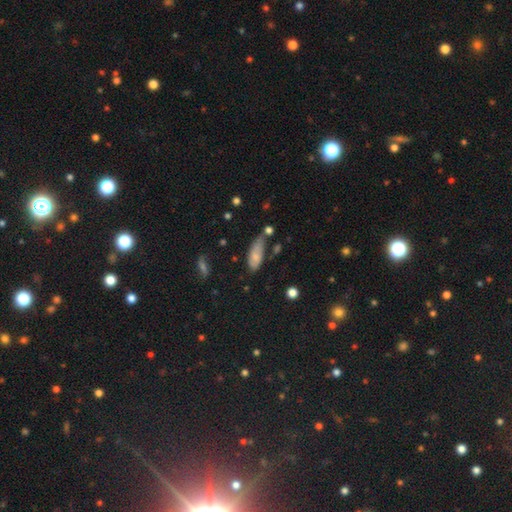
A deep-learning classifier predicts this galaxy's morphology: The model was most divided on "merging": none: 40%, minor disturbance: 37%, major disturbance: 13%, merger: 10%. More confident: how rounded — in between (79%); smooth or featured — smooth (72%).